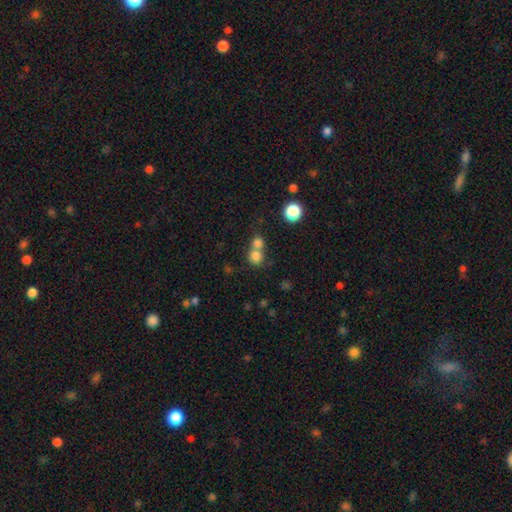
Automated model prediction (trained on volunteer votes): smooth 78%, star or artifact 14%, featured or disk 8%. Down the decision tree: how rounded — round (85%); merging — merger (48%).